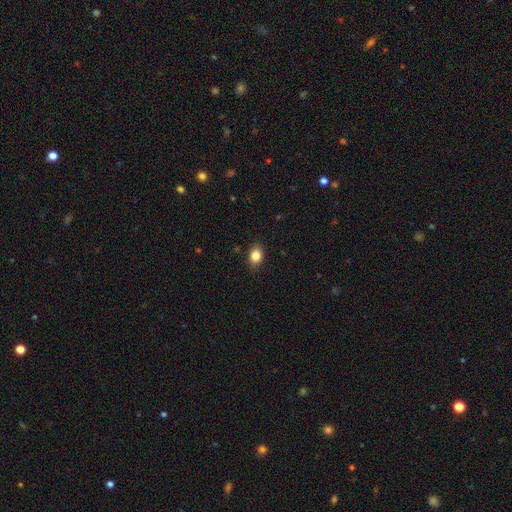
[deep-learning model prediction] The model was most divided on "how rounded": in between: 67%, round: 32%, cigar-shaped: 1%. More confident: merging — none (86%); smooth or featured — smooth (85%).